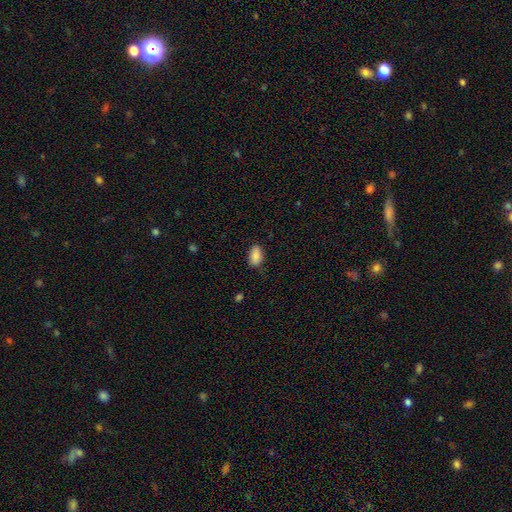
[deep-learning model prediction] Overall: smooth (88%). How rounded: in between (92%). Merging: none (80%).